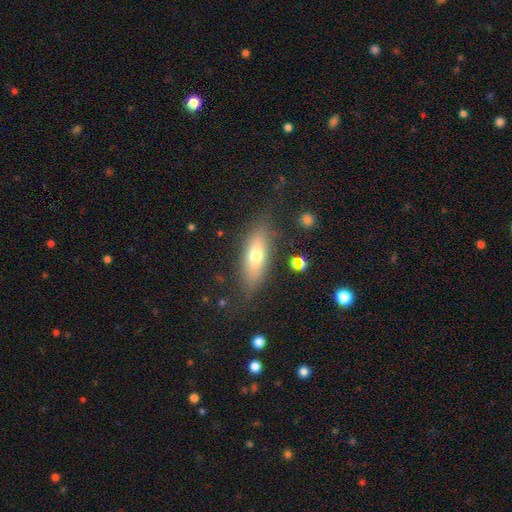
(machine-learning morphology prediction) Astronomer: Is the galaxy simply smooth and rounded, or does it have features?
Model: smooth — 63%.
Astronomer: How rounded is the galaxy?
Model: in between — 61%.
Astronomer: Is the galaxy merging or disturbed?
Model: none — 76%.